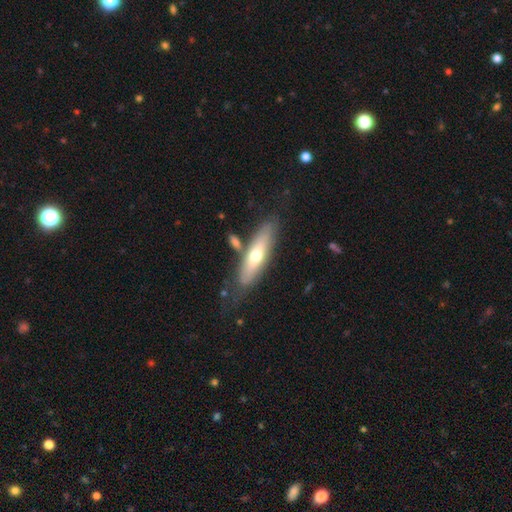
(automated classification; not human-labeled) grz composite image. It shows a smooth galaxy with no disk features (51%) that is cigar-shaped (64%). Merging: none (71%).